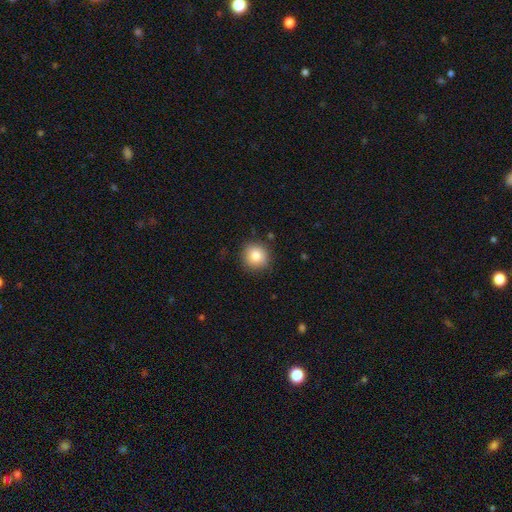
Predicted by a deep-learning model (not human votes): Smooth or featured?
  - smooth: 83% *
  - star or artifact: 9%
  - featured or disk: 7%
How rounded?
  - round: 92% *
  - in between: 7%
  - cigar-shaped: 1%
Merging?
  - none: 89% *
  - minor disturbance: 8%
  - major disturbance: 2%
  - merger: 1%